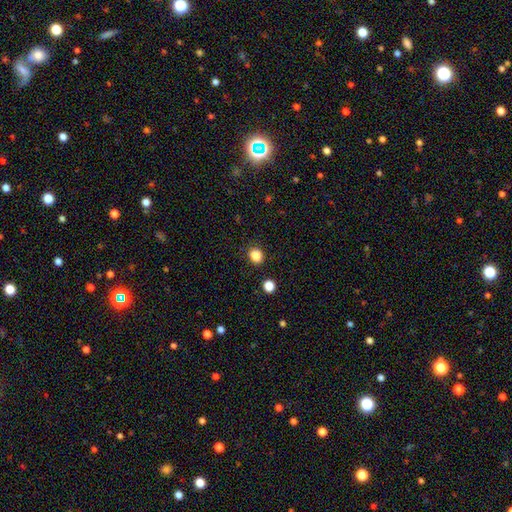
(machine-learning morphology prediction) The model was most divided on "how rounded": round: 64%, in between: 35%, cigar-shaped: 1%. More confident: smooth or featured — smooth (85%); merging — none (85%).